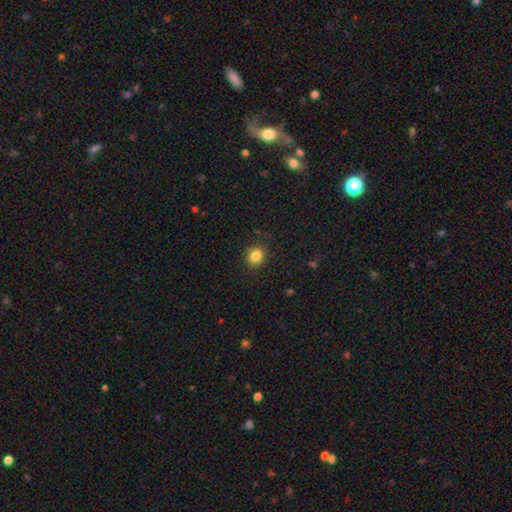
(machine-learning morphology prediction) Smooth or featured: smooth — 84% (star or artifact — 11%)
How rounded: round — 69% (in between — 30%)
Merging: none — 88% (minor disturbance — 9%)